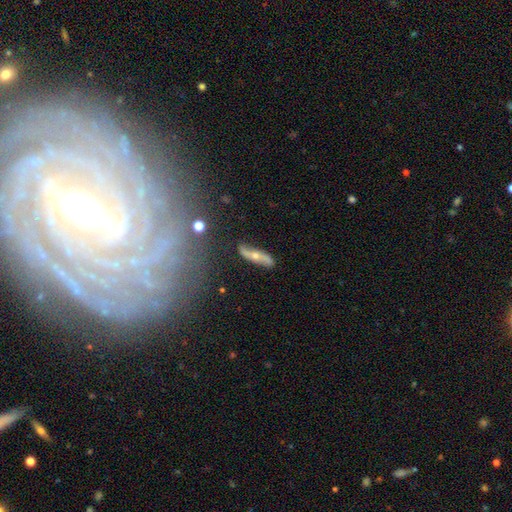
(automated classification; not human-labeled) Smooth or featured: featured or disk — 64% (smooth — 29%)
Edge-on disk: no — 69% (yes — 31%)
Merging: none — 74% (minor disturbance — 17%)